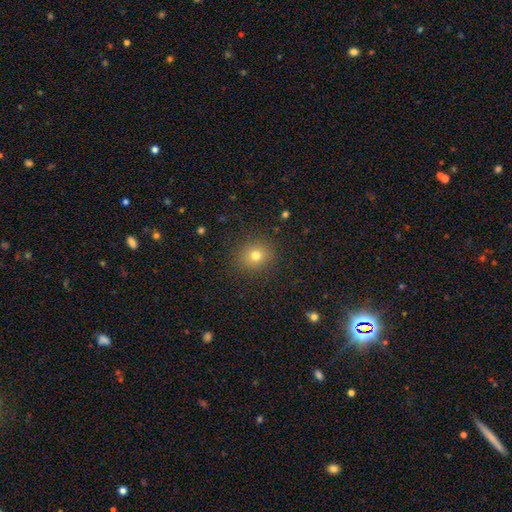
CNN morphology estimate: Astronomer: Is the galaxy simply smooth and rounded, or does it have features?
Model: smooth — 76%.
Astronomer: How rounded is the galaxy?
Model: round — 82%.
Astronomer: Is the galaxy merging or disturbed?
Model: none — 89%.